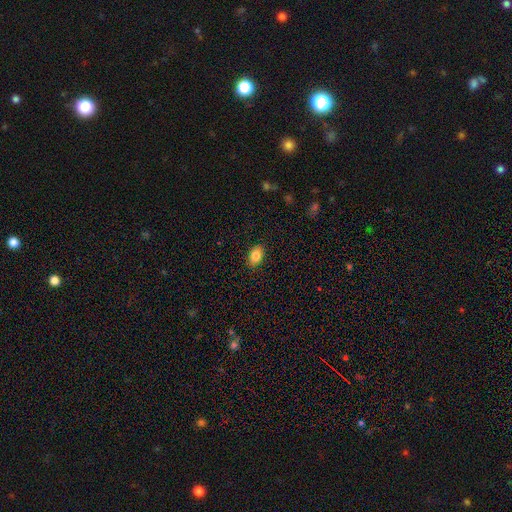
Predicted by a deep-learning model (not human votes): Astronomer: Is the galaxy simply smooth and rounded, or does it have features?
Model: smooth — 85%.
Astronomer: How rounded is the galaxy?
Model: in between — 86%.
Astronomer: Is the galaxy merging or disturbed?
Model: none — 89%.